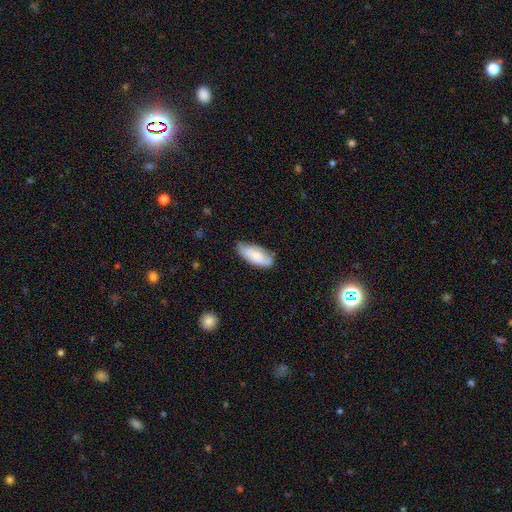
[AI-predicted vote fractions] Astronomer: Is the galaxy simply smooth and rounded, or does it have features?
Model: smooth — 72%.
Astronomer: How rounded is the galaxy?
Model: in between — 85%.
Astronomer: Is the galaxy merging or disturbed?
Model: none — 62%.